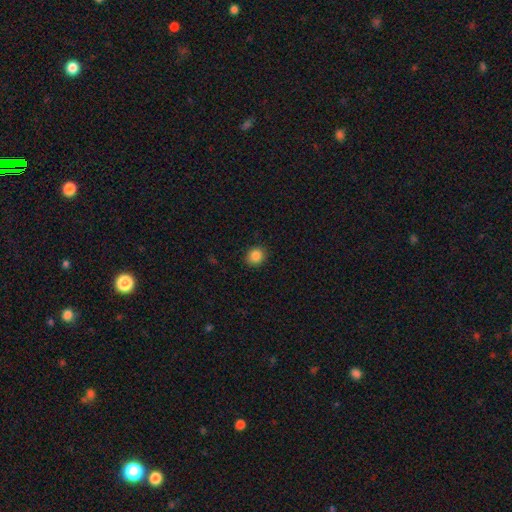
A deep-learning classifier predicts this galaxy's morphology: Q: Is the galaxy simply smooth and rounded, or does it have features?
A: smooth — 86%.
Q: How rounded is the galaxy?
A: round — 77%.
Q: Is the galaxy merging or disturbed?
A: none — 89%.